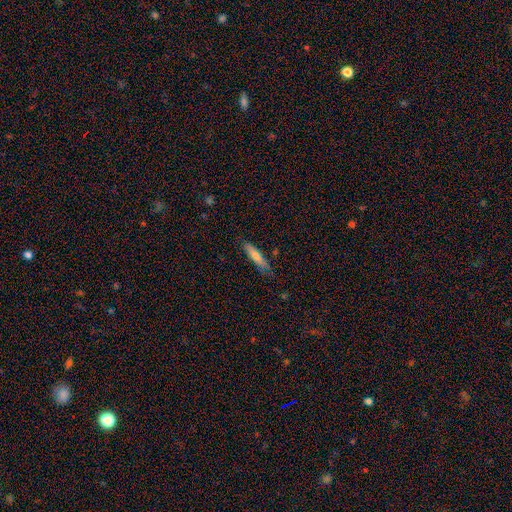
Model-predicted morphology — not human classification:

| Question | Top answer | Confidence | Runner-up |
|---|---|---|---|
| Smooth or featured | smooth | 60% | featured or disk (33%) |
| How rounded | cigar-shaped | 85% | in between (13%) |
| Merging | none | 82% | minor disturbance (14%) |